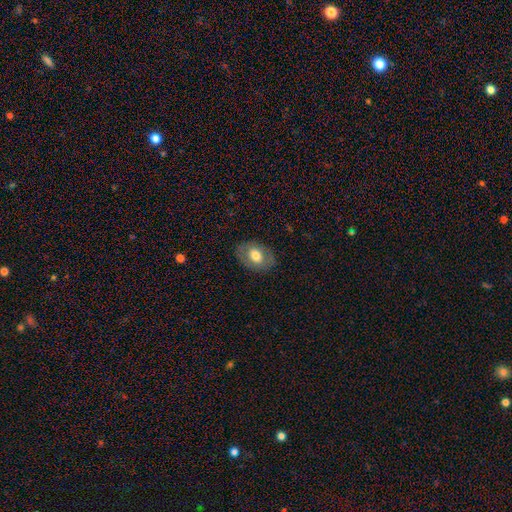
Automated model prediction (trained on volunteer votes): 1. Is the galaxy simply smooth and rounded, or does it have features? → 63% smooth, 30% featured or disk, 7% star or artifact.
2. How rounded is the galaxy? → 78% in between, 21% round, 1% cigar-shaped.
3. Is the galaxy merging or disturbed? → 83% none, 12% minor disturbance, 4% major disturbance, 1% merger.